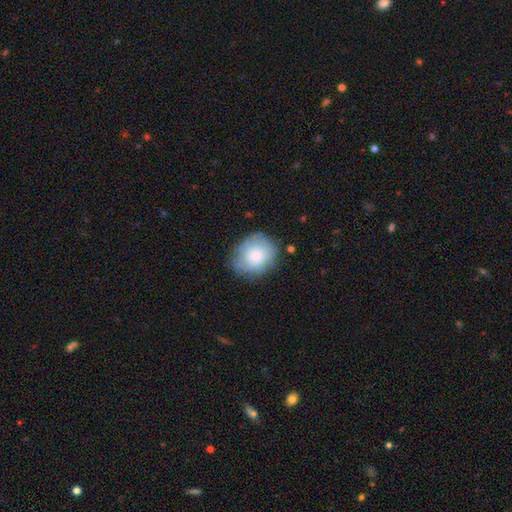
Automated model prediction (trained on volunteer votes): The model was most divided on "smooth or featured": smooth: 62%, featured or disk: 31%, star or artifact: 7%. More confident: merging — none (73%); how rounded — round (66%).